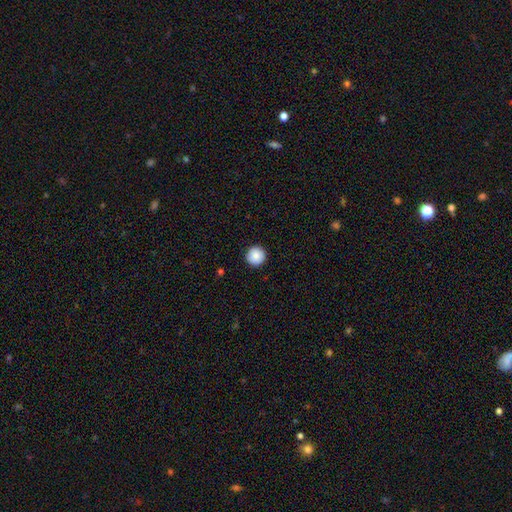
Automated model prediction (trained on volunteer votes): Morphology: type=smooth (87%); roundness=round (96%); merging=none (92%).